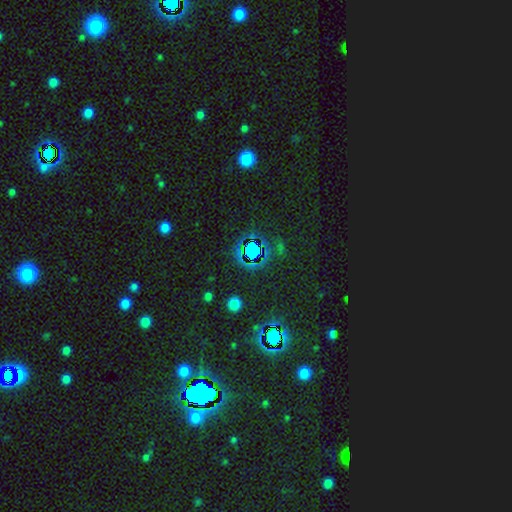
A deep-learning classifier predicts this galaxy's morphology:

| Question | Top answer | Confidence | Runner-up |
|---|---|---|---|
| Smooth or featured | star or artifact | 75% | smooth (16%) |